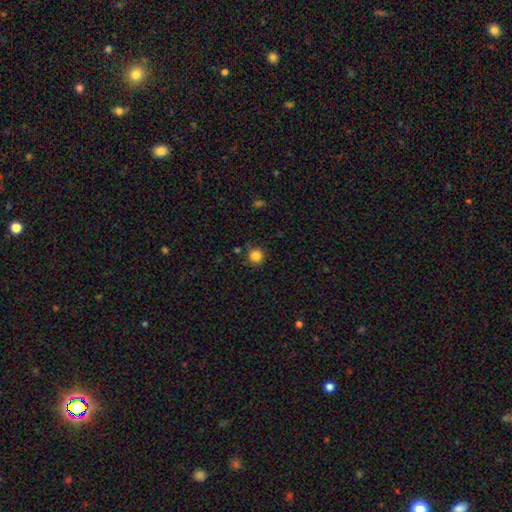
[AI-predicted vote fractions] A smooth galaxy with no disk features (85%) that is round (94%).

Vote fractions:
- Smooth or featured? smooth: 85% / star or artifact: 12% / featured or disk: 4%
- How rounded? round: 94% / in between: 5% / cigar-shaped: 1%
- Merging? none: 83% / minor disturbance: 11% / merger: 3% / major disturbance: 3%